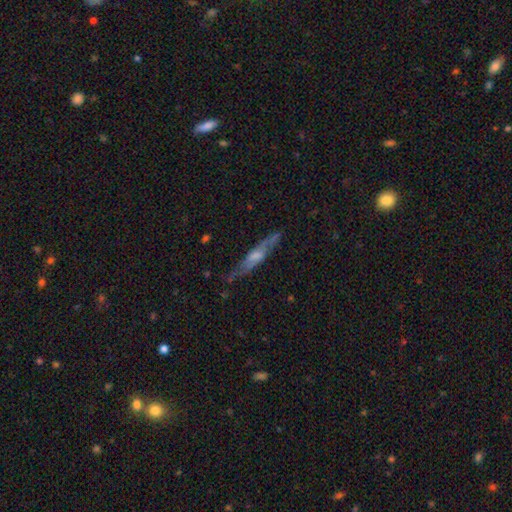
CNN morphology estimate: type=featured or disk (65%); edge-on=yes (81%); edge-on bulge=rounded (57%); merging=none (75%).